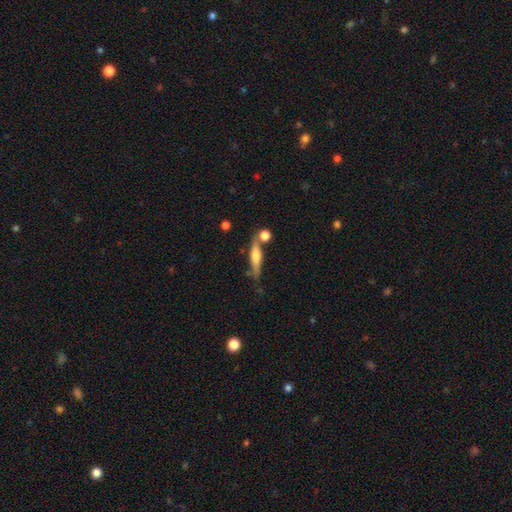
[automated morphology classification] This appears to be a featured or disk galaxy (47%). Merging: none (64%).